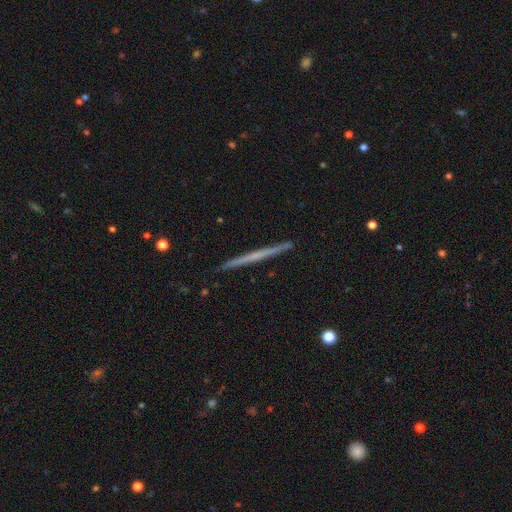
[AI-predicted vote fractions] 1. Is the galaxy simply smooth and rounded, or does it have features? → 63% featured or disk, 31% smooth, 6% star or artifact.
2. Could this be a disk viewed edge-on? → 98% yes, 2% no.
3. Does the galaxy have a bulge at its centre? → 79% none, 17% rounded, 4% boxy.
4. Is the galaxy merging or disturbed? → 93% none, 5% minor disturbance, 1% merger, 1% major disturbance.